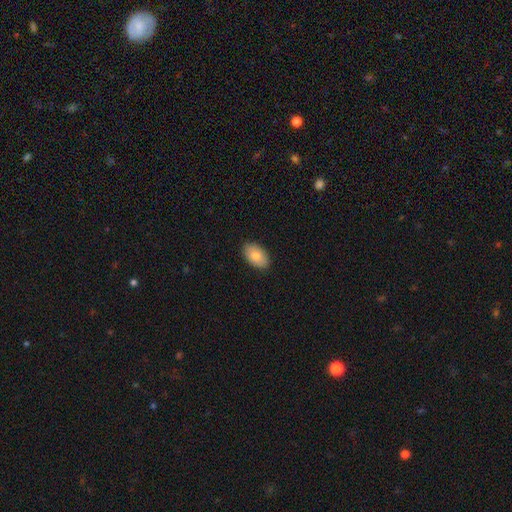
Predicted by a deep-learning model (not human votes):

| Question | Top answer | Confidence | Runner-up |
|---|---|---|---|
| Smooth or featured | smooth | 80% | featured or disk (13%) |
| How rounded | in between | 92% | round (6%) |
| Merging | none | 88% | minor disturbance (9%) |